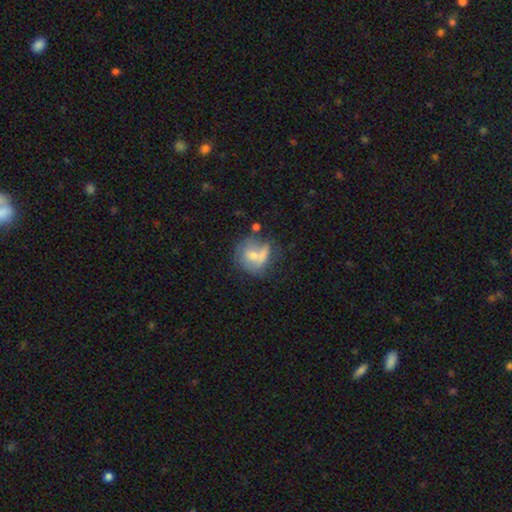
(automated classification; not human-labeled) Smooth or featured? smooth (53%)
How rounded? round (75%)
Merging? none (38%)